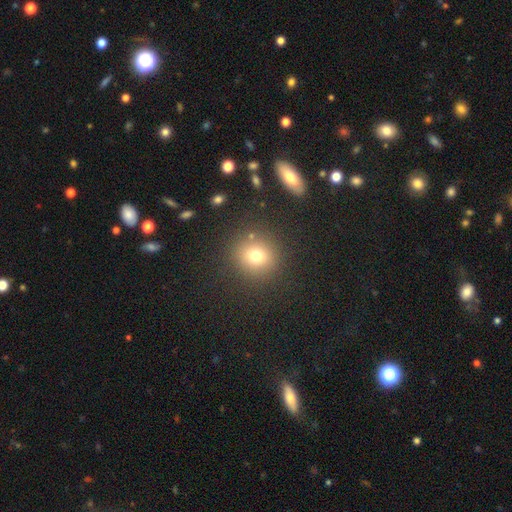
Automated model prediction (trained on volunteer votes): smooth 73%, star or artifact 17%, featured or disk 10%. Down the decision tree: how rounded — round (91%); merging — none (86%).